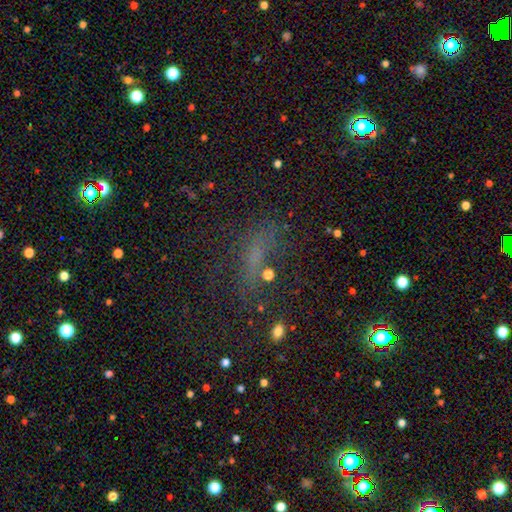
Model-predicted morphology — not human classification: Smooth or featured: smooth — 42% (star or artifact — 41%)
Merging: none — 55% (minor disturbance — 19%)